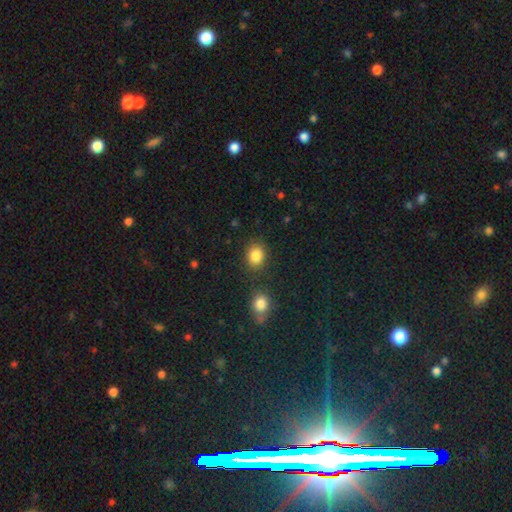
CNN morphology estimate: Q: Smooth or featured?
A: smooth (85%); runner-up: star or artifact (10%)
Q: How rounded?
A: round (62%); runner-up: in between (37%)
Q: Merging?
A: none (80%); runner-up: minor disturbance (9%)